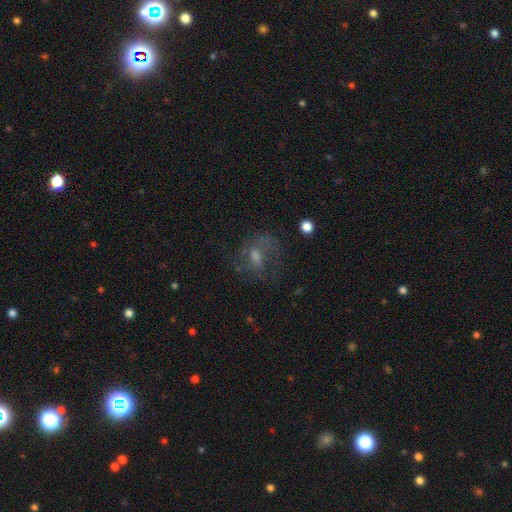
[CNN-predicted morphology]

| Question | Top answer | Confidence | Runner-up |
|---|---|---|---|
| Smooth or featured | featured or disk | 53% | smooth (27%) |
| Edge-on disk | no | 95% | yes (5%) |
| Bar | no | 45% | tied: weak (45%) |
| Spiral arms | yes | 69% | no (31%) |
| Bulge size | moderate | 46% | small (31%) |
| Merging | none | 56% | major disturbance (23%) |